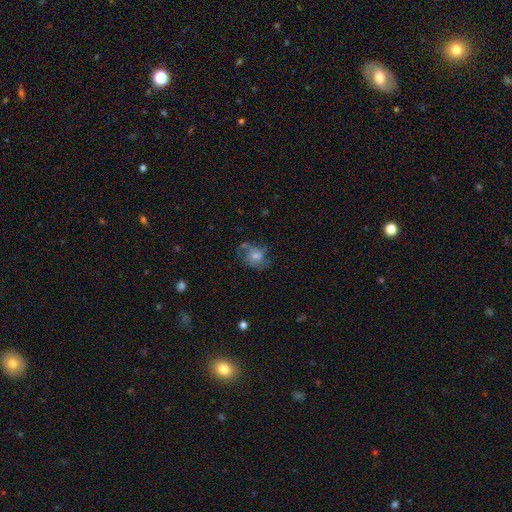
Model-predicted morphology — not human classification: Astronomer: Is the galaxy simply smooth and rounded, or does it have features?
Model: smooth — 49% (runner-up: featured or disk, 40%).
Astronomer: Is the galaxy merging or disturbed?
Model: none — 47% (runner-up: minor disturbance, 25%).